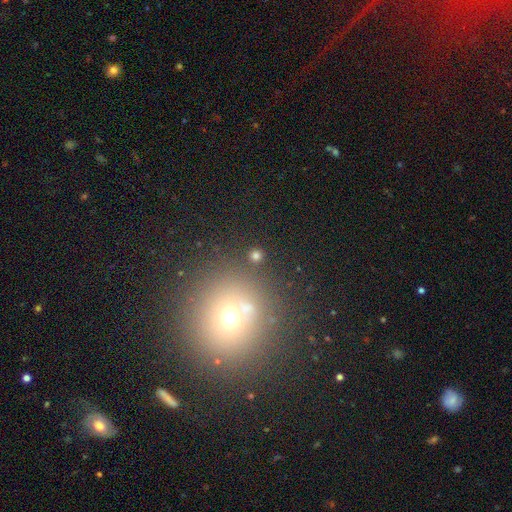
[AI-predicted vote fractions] Overall: smooth (72%). How rounded: round (90%). Merging: none (86%).